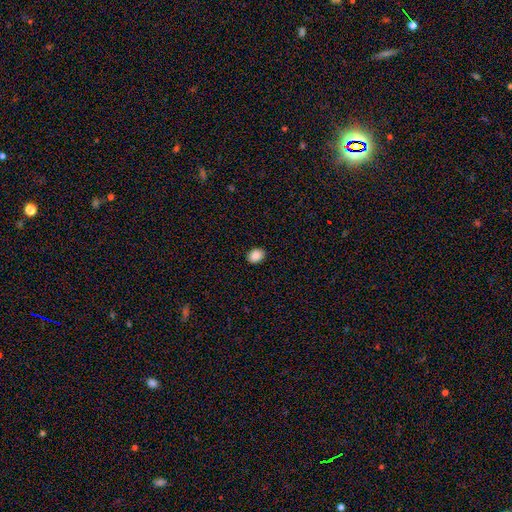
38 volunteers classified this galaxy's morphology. Volunteers were most divided on "how rounded": in between: 53%, round: 47%, cigar-shaped: 0%. More confident: smooth or featured — smooth (100%); merging — none (97%).